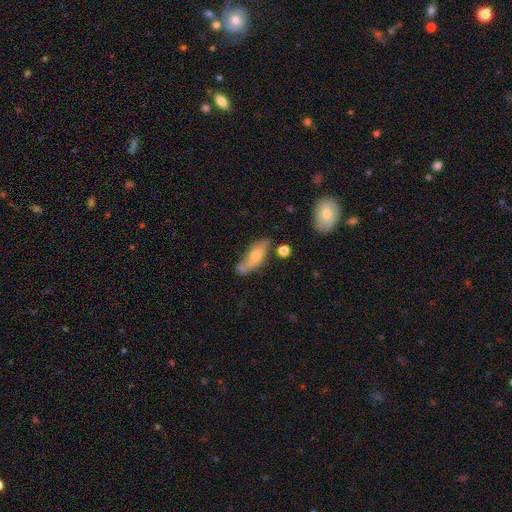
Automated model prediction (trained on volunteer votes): smooth_or_featured: featured or disk (p=0.47) [alt: smooth p=0.45]
merging: none (p=0.48) [alt: minor disturbance p=0.27]